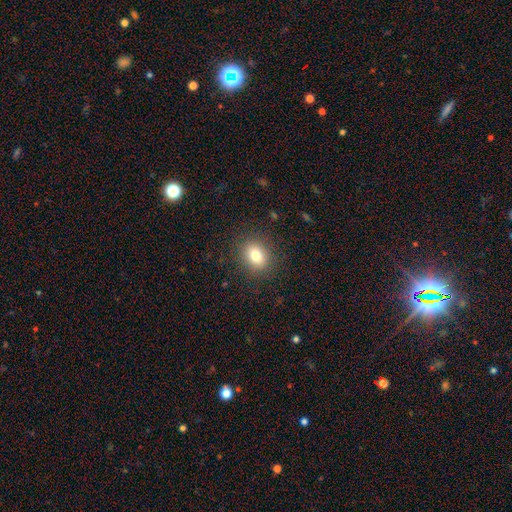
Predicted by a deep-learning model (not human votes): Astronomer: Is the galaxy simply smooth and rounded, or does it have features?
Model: smooth — 79%.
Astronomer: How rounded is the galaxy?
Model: round — 55% (runner-up: in between, 44%).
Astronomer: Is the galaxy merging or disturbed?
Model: none — 88%.